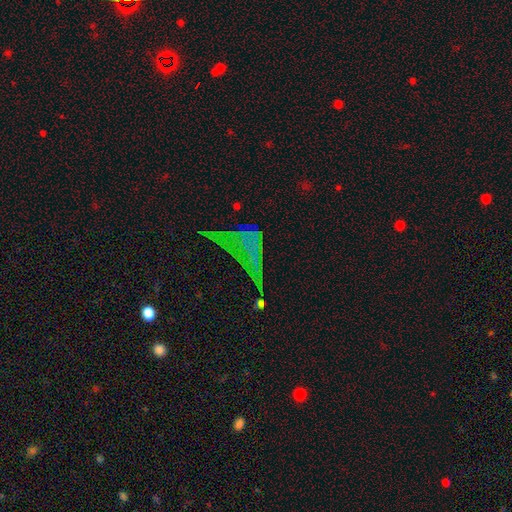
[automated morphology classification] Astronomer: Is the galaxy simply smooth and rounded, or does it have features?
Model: star or artifact — 48% (runner-up: featured or disk, 29%).